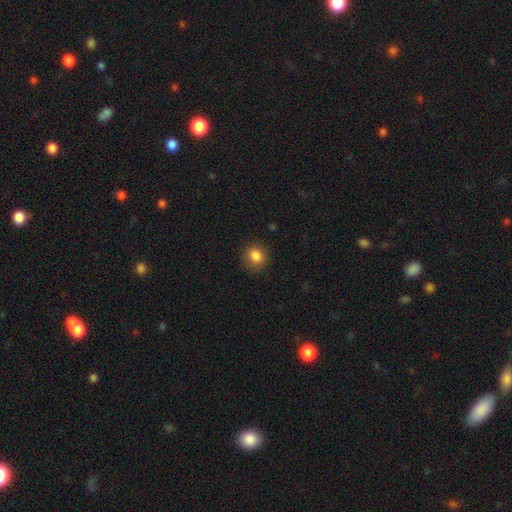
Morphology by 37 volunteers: Volunteers were most divided on "how rounded": round: 71%, in between: 26%, cigar-shaped: 3%. More confident: smooth or featured — smooth (95%); merging — none (83%).